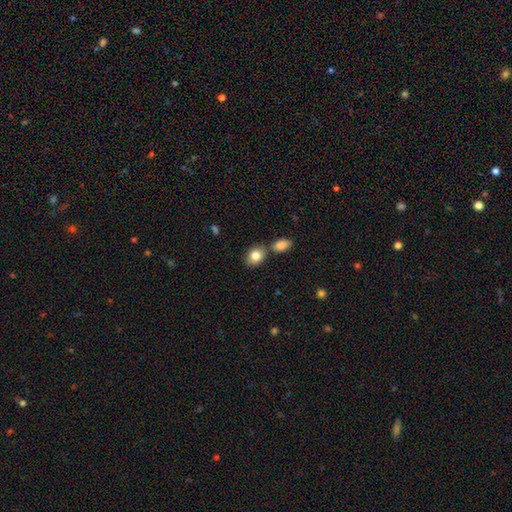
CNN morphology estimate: smooth-or-featured: smooth: 83% | featured or disk: 9% | star or artifact: 8%
  how-rounded: in between: 66% | round: 33% | cigar-shaped: 1%
  merging: none: 62% | merger: 23% | minor disturbance: 11% | major disturbance: 3%